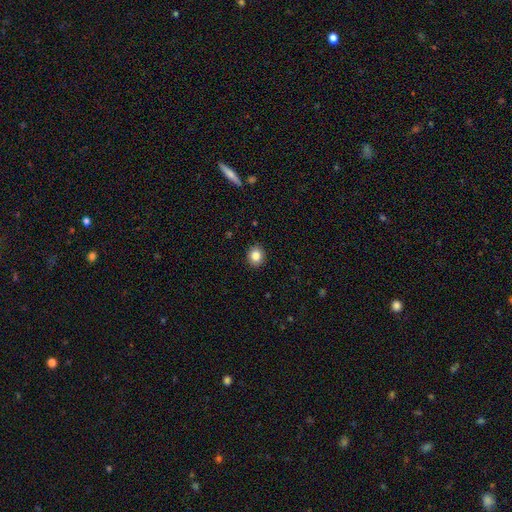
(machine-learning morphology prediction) Smooth or featured? smooth (85%)
How rounded? round (76%)
Merging? none (92%)